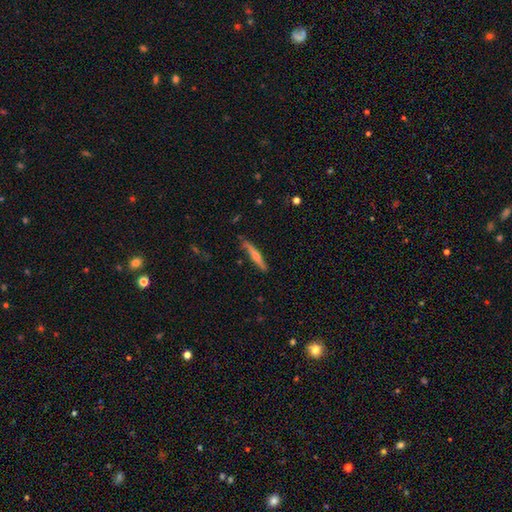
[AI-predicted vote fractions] Morphology: type=featured or disk (61%); edge-on=yes (95%); edge-on bulge=rounded (81%); merging=none (82%).